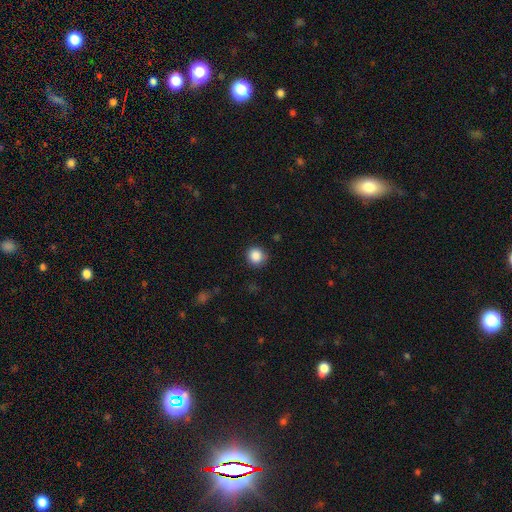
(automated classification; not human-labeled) Overall: smooth (87%). How rounded: round (90%). Merging: none (85%).